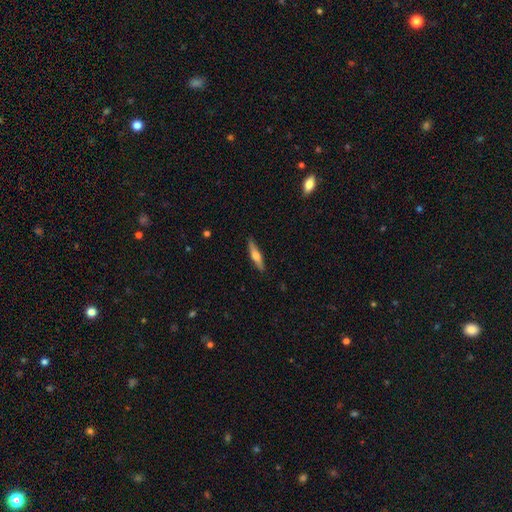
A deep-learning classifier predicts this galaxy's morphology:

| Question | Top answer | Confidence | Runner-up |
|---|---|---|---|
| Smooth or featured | featured or disk | 51% | smooth (43%) |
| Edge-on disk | yes | 95% | no (5%) |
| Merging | none | 88% | minor disturbance (9%) |